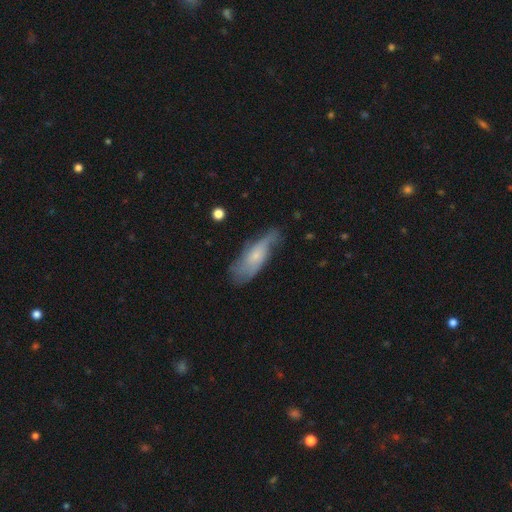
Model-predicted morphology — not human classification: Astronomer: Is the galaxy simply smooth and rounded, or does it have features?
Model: featured or disk — 54% (runner-up: smooth, 39%).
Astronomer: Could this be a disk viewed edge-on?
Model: no — 79%.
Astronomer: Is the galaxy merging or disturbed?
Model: none — 54% (runner-up: minor disturbance, 31%).